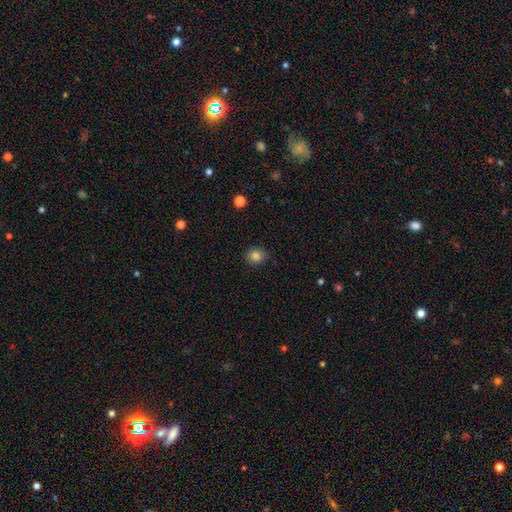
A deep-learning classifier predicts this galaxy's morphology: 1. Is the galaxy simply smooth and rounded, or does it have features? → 84% smooth, 11% star or artifact, 5% featured or disk.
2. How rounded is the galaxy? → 69% round, 30% in between, 1% cigar-shaped.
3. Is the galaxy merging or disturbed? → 87% none, 9% minor disturbance, 2% major disturbance, 1% merger.